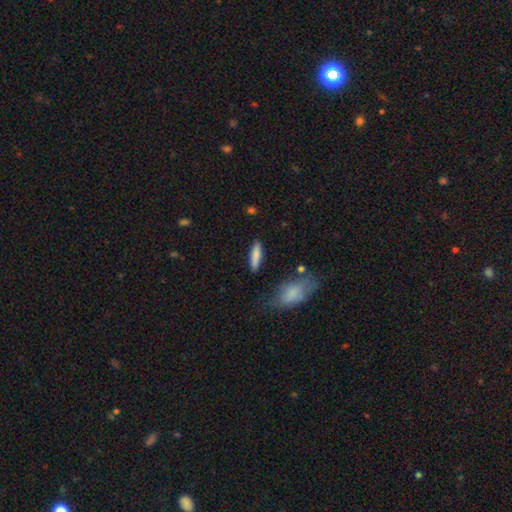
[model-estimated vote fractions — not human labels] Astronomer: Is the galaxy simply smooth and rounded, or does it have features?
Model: smooth — 82%.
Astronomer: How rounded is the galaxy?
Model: cigar-shaped — 73%.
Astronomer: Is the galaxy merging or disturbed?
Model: none — 83%.